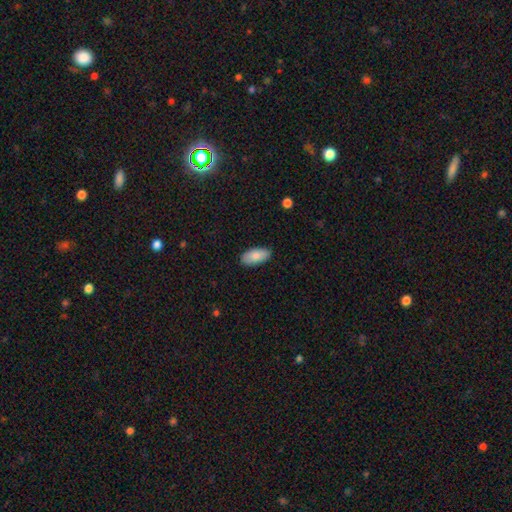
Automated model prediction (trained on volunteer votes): Q: Smooth or featured?
A: smooth (84%); runner-up: featured or disk (10%)
Q: How rounded?
A: in between (93%); runner-up: cigar-shaped (5%)
Q: Merging?
A: none (86%); runner-up: minor disturbance (11%)